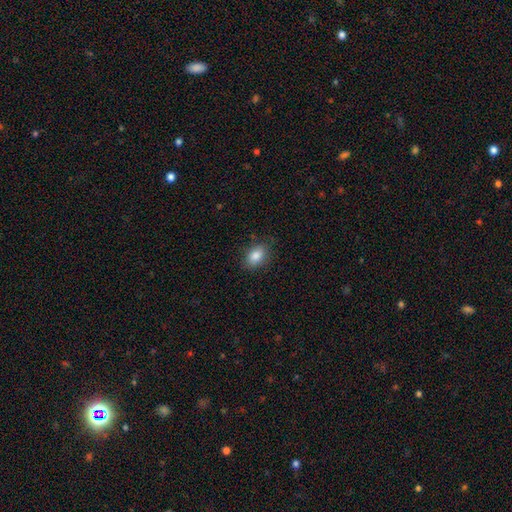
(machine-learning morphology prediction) smooth-or-featured: smooth: 85% | star or artifact: 8% | featured or disk: 6%
  how-rounded: in between: 84% | round: 15% | cigar-shaped: 2%
  merging: none: 82% | minor disturbance: 14% | major disturbance: 3% | merger: 1%